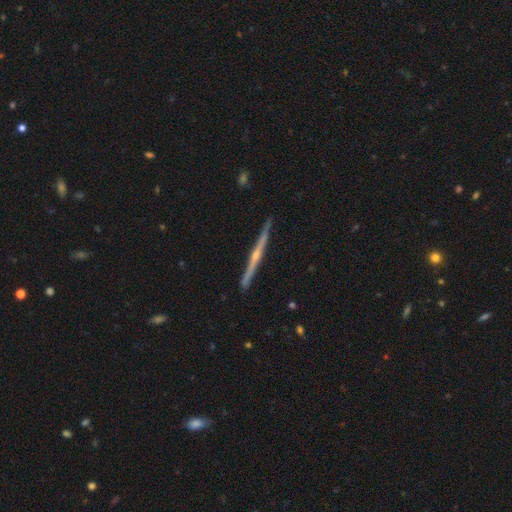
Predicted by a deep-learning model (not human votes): A featured or disk galaxy (81%) viewed edge-on (98%) with a rounded central bulge (75%). Merging: none (91%).